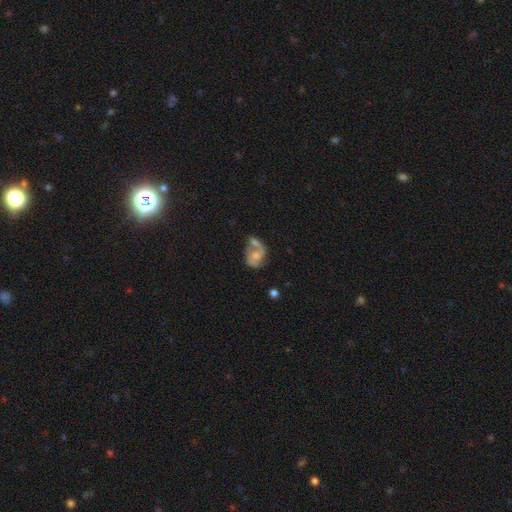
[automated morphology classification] A featured or disk galaxy (60%) with no bar (68%), spiral arms (74%) and a moderate central bulge (43%).

Vote fractions:
- Smooth or featured? featured or disk: 60% / smooth: 31% / star or artifact: 9%
- Edge-on disk? no: 97% / yes: 3%
- Bar? no: 68% / weak: 27% / strong: 5%
- Spiral arms? yes: 74% / no: 26%
- Bulge size? moderate: 43% / small: 33% / none: 15% / large: 7% / dominant: 2%
- Merging? merger: 39% / none: 30% / minor disturbance: 17% / major disturbance: 15%